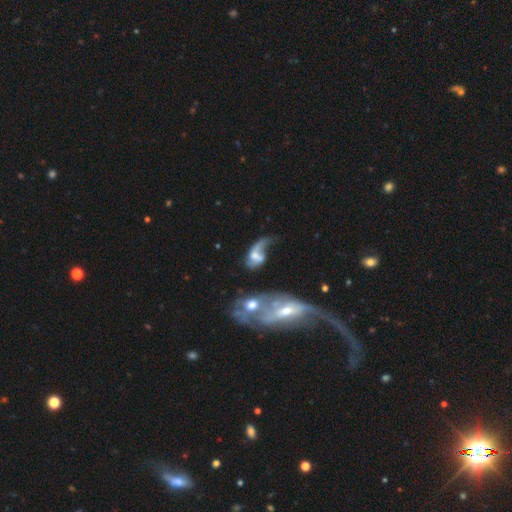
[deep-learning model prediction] Overall: featured or disk (58%; smooth 32%). Edge-on disk: no (94%). Bar: no (67%; weak 27%). Spiral arms: yes (62%; no 38%). Bulge size: moderate (36%; small 28%). Merging: merger (41%; major disturbance 32%).